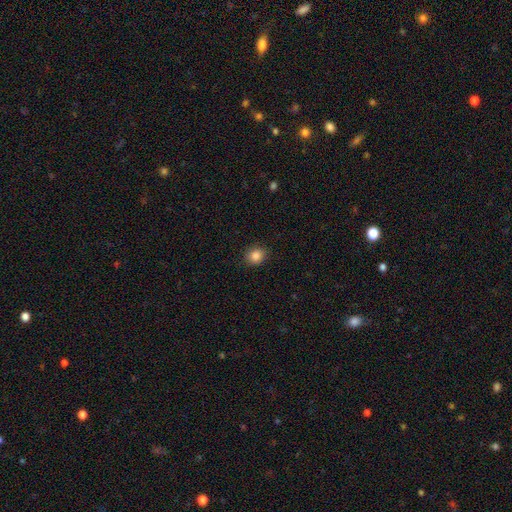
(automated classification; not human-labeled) The model was most divided on "how rounded": round: 76%, in between: 23%, cigar-shaped: 1%. More confident: merging — none (88%); smooth or featured — smooth (86%).